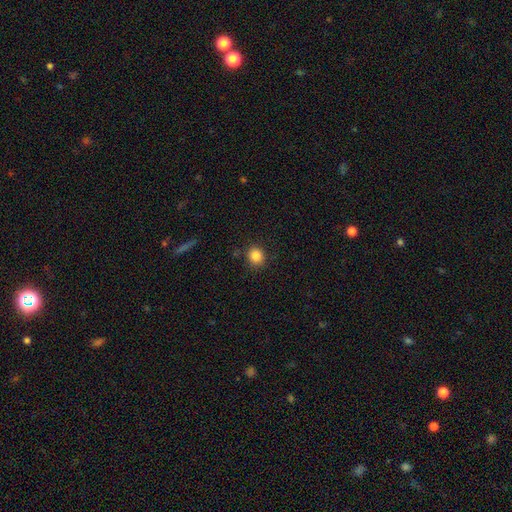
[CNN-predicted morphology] Smooth or featured?
  - smooth: 85% *
  - star or artifact: 11%
  - featured or disk: 4%
How rounded?
  - round: 84% *
  - in between: 15%
  - cigar-shaped: 1%
Merging?
  - none: 87% *
  - minor disturbance: 8%
  - major disturbance: 3%
  - merger: 2%